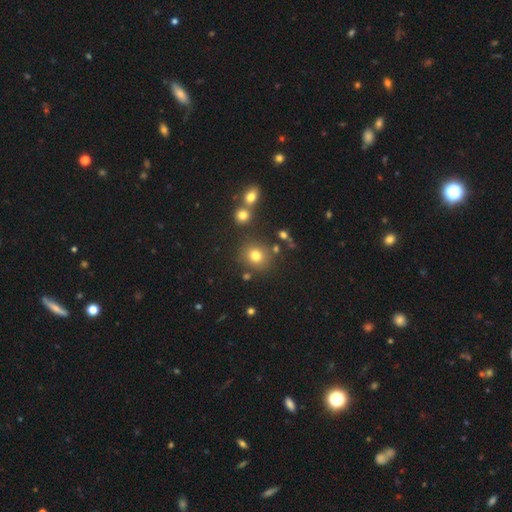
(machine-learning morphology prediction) Smooth or featured: smooth — 75% (star or artifact — 17%)
How rounded: round — 85% (in between — 14%)
Merging: none — 79% (minor disturbance — 9%)